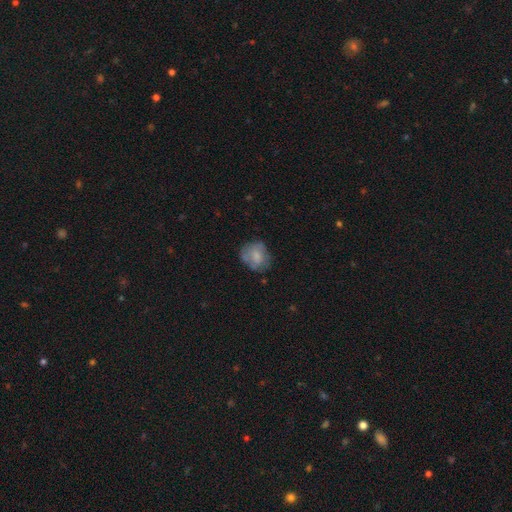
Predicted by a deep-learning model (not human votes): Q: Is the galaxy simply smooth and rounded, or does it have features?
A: smooth — 65%.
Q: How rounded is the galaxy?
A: round — 65%.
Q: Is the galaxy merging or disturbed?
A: none — 61%.